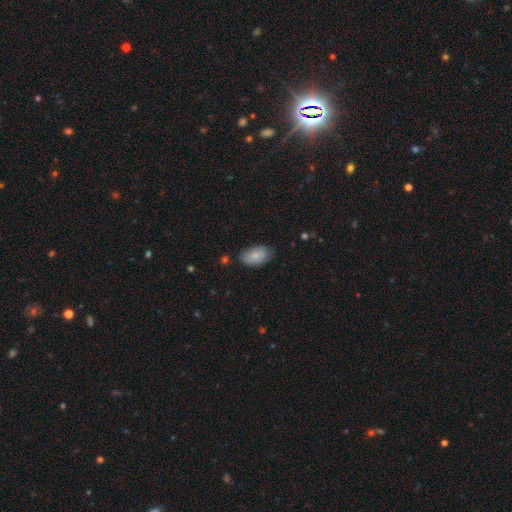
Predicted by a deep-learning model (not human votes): Q: Smooth or featured?
A: smooth (81%); runner-up: featured or disk (12%)
Q: How rounded?
A: in between (92%); runner-up: round (7%)
Q: Merging?
A: none (72%); runner-up: minor disturbance (22%)